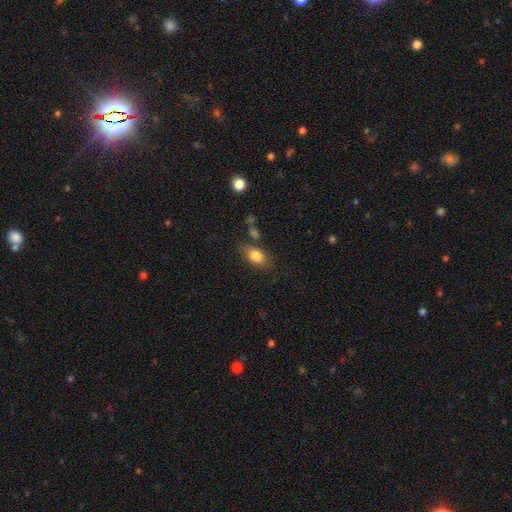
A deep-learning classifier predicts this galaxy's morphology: The model was most divided on "merging": none: 72%, minor disturbance: 16%, merger: 7%, major disturbance: 5%. More confident: how rounded — in between (86%); smooth or featured — smooth (81%).